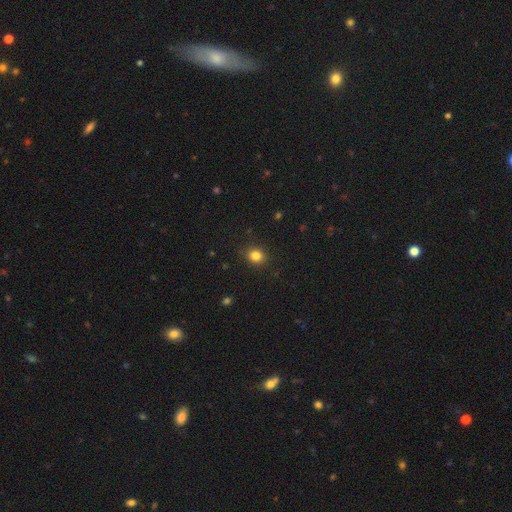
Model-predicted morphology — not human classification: Smooth or featured?
  - smooth: 83% *
  - star or artifact: 12%
  - featured or disk: 5%
How rounded?
  - round: 72% *
  - in between: 27%
  - cigar-shaped: 1%
Merging?
  - none: 88% *
  - minor disturbance: 8%
  - major disturbance: 2%
  - merger: 1%